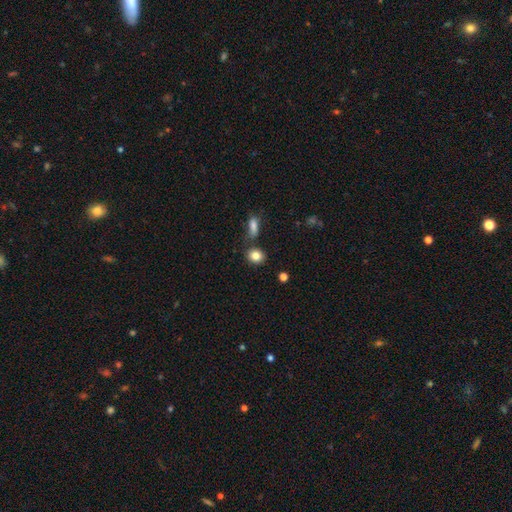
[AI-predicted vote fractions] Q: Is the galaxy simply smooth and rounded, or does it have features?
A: smooth — 84%.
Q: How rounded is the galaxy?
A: round — 62%.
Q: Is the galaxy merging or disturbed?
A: none — 77%.